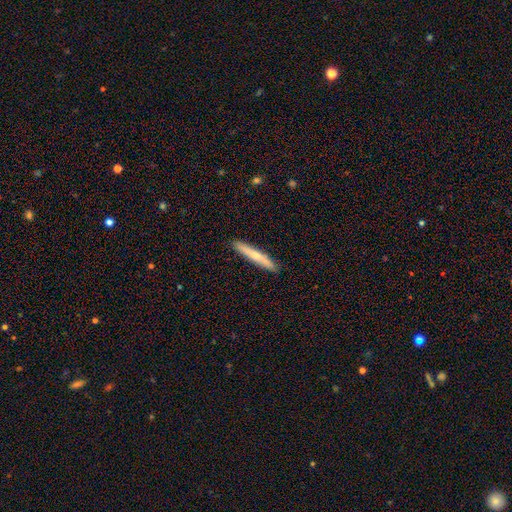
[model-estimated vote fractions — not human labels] This is possibly a smooth galaxy (50%). How rounded: clearly cigar-shaped (94%). Merging: clearly none (91%).